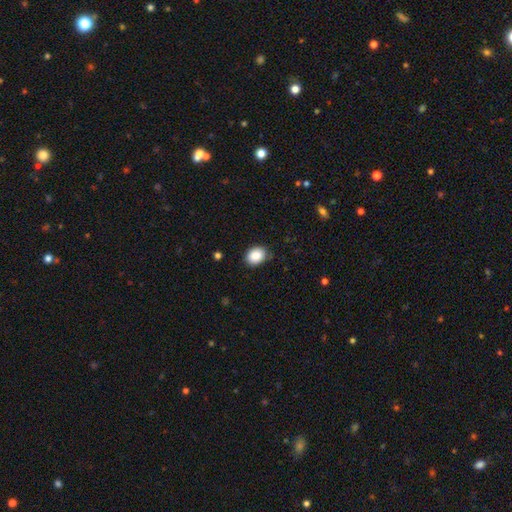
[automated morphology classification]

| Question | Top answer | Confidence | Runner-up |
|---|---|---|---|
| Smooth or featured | smooth | 87% | star or artifact (8%) |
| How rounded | in between | 60% | round (39%) |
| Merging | none | 79% | minor disturbance (17%) |